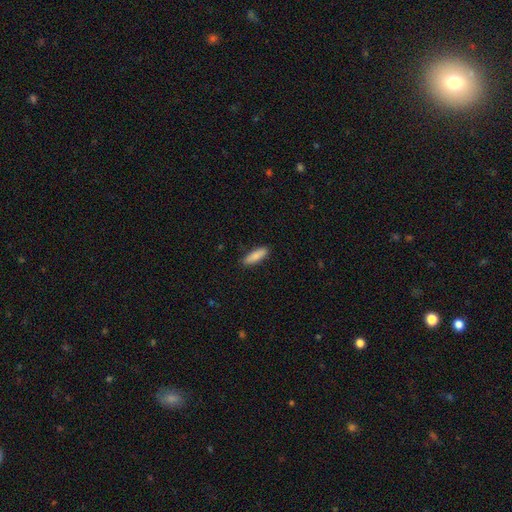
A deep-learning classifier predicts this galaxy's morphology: Q: Smooth or featured?
A: smooth (85%); runner-up: featured or disk (9%)
Q: How rounded?
A: cigar-shaped (57%); runner-up: in between (41%)
Q: Merging?
A: none (89%); runner-up: minor disturbance (8%)